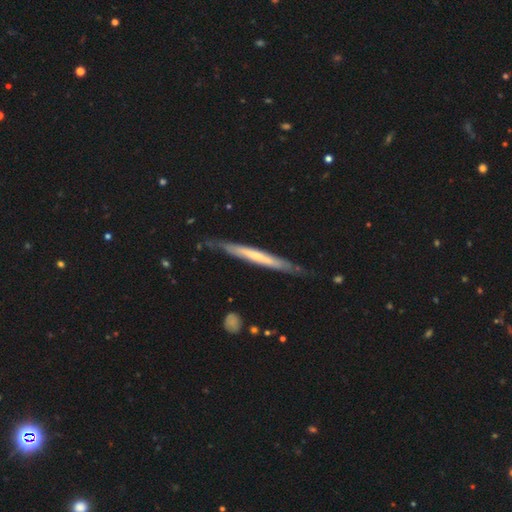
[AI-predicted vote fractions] A featured or disk galaxy (59%) viewed edge-on (88%) with no central bulge (71%).

Vote fractions:
- Smooth or featured? featured or disk: 59% / smooth: 36% / star or artifact: 5%
- Edge-on disk? yes: 88% / no: 12%
- Edge-on bulge? none: 71% / rounded: 21% / boxy: 8%
- Merging? none: 76% / minor disturbance: 19% / major disturbance: 4% / merger: 2%